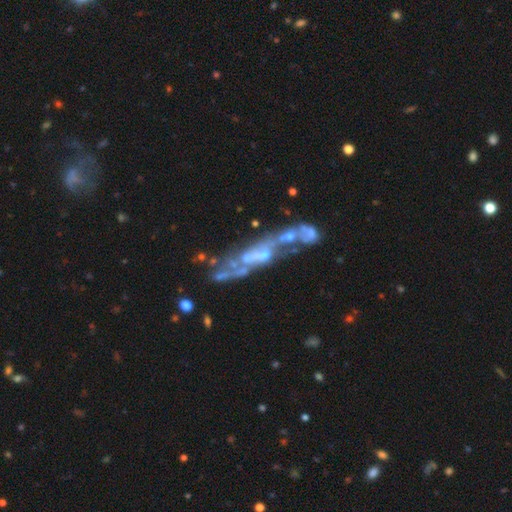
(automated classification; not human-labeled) The model was most divided on "edge-on disk": no: 60%, yes: 40%. Remaining: smooth or featured — featured or disk (74%); merging — none (47%).